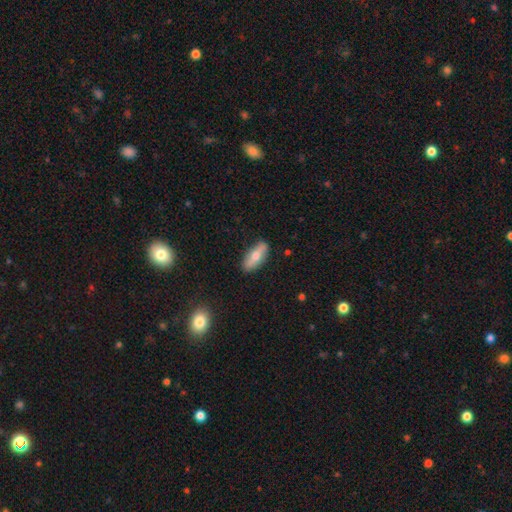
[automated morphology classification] Smooth or featured?
  - smooth: 62% *
  - featured or disk: 33%
  - star or artifact: 6%
How rounded?
  - in between: 67% *
  - cigar-shaped: 30%
  - round: 3%
Merging?
  - none: 86% *
  - minor disturbance: 11%
  - major disturbance: 2%
  - merger: 1%